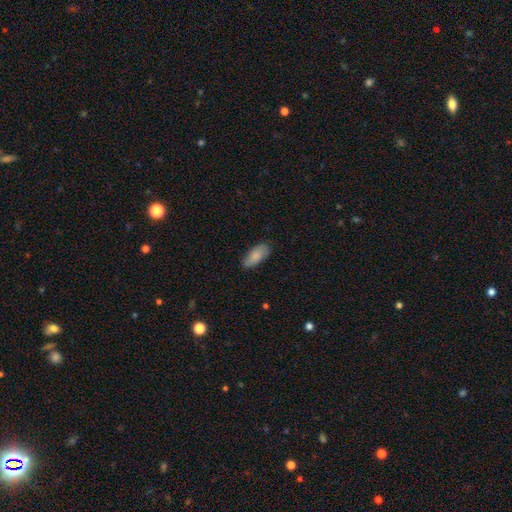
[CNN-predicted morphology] A smooth galaxy with no disk features (82%) that is in between round and cigar-shaped (86%).

Vote fractions:
- Smooth or featured? smooth: 82% / featured or disk: 12% / star or artifact: 6%
- How rounded? in between: 86% / cigar-shaped: 12% / round: 2%
- Merging? none: 76% / minor disturbance: 20% / major disturbance: 3% / merger: 1%